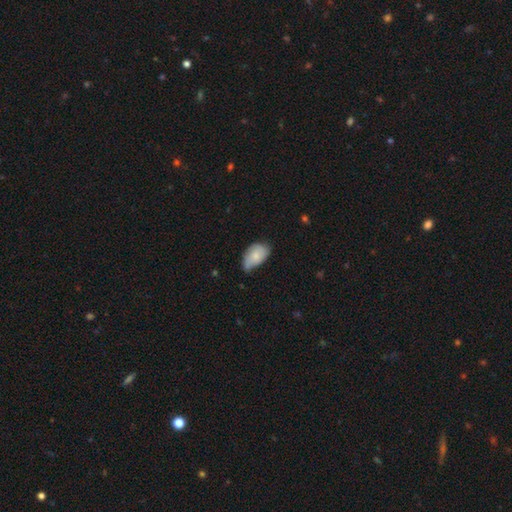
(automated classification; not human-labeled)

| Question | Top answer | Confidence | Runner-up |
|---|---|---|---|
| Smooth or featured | smooth | 73% | featured or disk (20%) |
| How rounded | in between | 90% | round (9%) |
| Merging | minor disturbance | 48% | none (34%) |